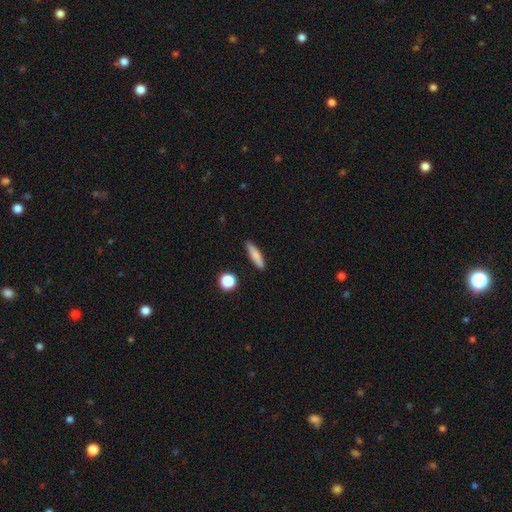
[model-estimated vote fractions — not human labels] Smooth or featured?
  - smooth: 79% *
  - featured or disk: 14%
  - star or artifact: 7%
How rounded?
  - cigar-shaped: 78% *
  - in between: 19%
  - round: 3%
Merging?
  - none: 87% *
  - minor disturbance: 9%
  - merger: 2%
  - major disturbance: 2%